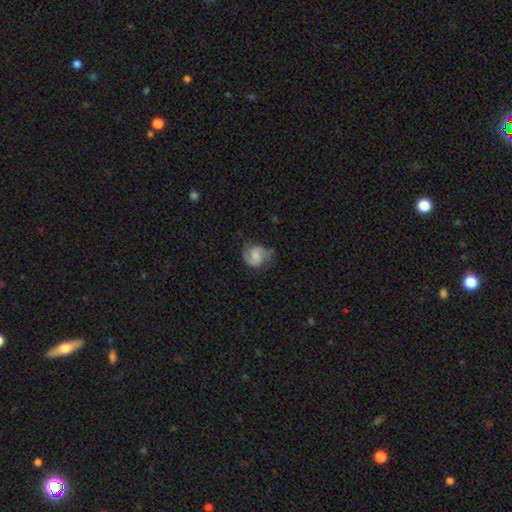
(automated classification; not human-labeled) Smooth or featured? featured or disk (60%)
Edge-on disk? no (98%)
Bar? weak (45%)
Spiral arms? yes (92%)
Spiral winding? medium (48%)
Spiral arm count? 2 (84%)
Bulge size? small (32%)
Merging? none (63%)